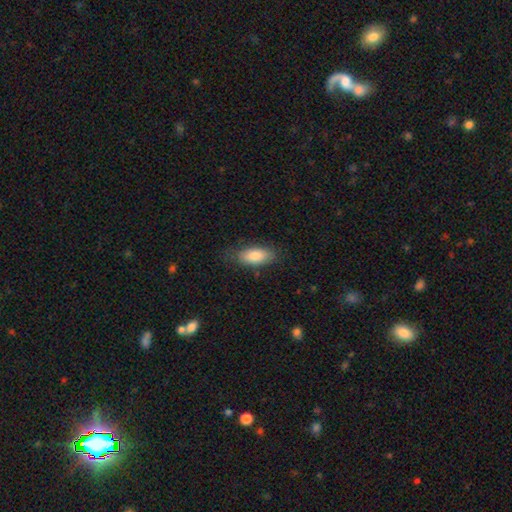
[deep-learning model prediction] Smooth or featured? smooth (84%)
How rounded? in between (87%)
Merging? none (77%)